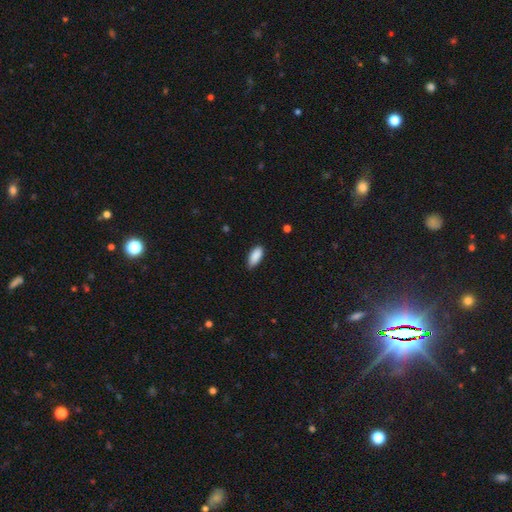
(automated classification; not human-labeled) Smooth or featured: smooth — 89% (star or artifact — 7%)
How rounded: in between — 87% (cigar-shaped — 11%)
Merging: none — 77% (minor disturbance — 20%)